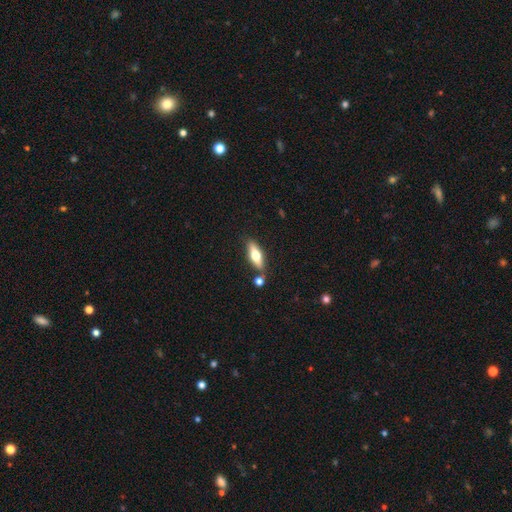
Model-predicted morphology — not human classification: This is possibly a smooth galaxy (58%). How rounded: possibly in between (57%). Merging: likely none (77%).